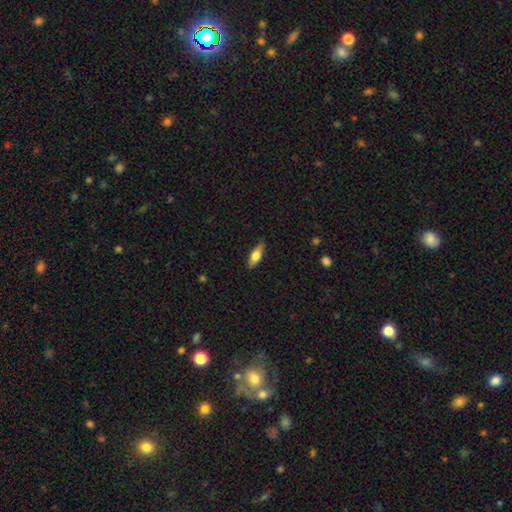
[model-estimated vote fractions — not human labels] Morphology: type=smooth (68%); roundness=in between (64%); merging=none (86%).